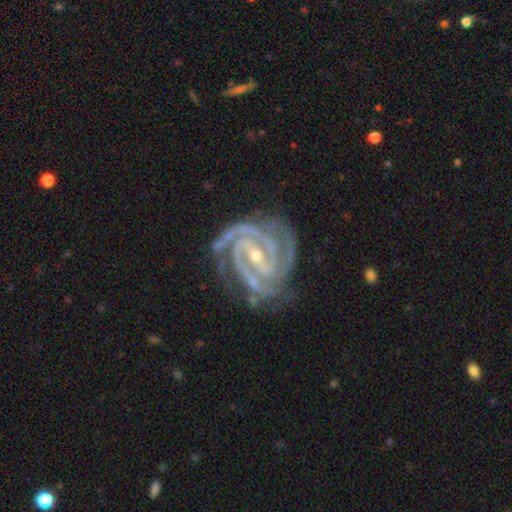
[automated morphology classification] Smooth or featured? featured or disk (94%)
Edge-on disk? no (98%)
Bar? strong (50%)
Spiral arms? yes (99%)
Spiral winding? tight (75%)
Spiral arm count? 3 (38%)
Bulge size? small (61%)
Merging? none (72%)